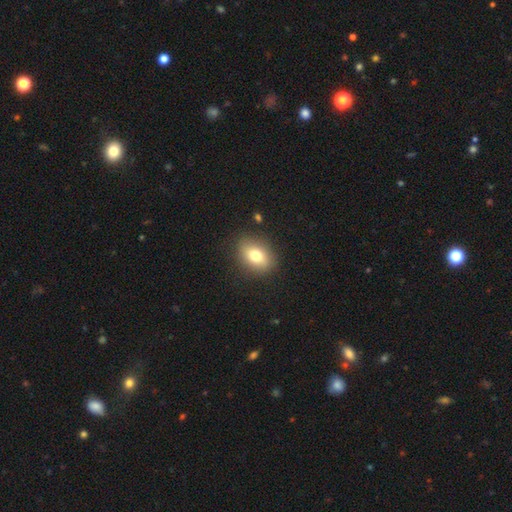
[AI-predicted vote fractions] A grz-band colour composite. It shows a smooth galaxy with no disk features (75%) that is in between round and cigar-shaped (70%). Merging: none (85%).